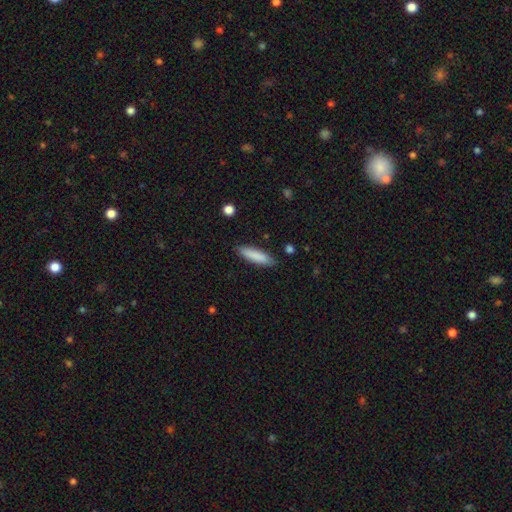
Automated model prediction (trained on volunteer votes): smooth 86%, featured or disk 8%, star or artifact 6%. Down the decision tree: how rounded — cigar-shaped (71%); merging — none (87%).